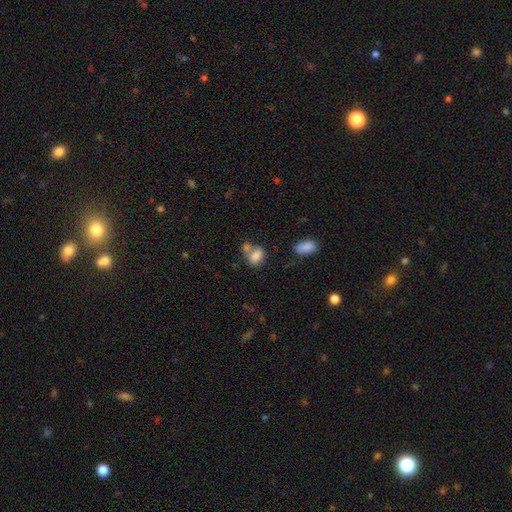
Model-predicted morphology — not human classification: Smooth or featured? smooth (80%)
How rounded? in between (81%)
Merging? merger (42%)